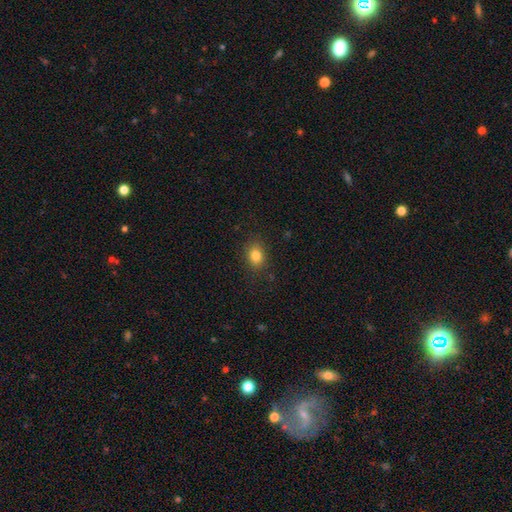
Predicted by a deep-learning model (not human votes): Smooth or featured? smooth (82%)
How rounded? in between (52%)
Merging? none (86%)